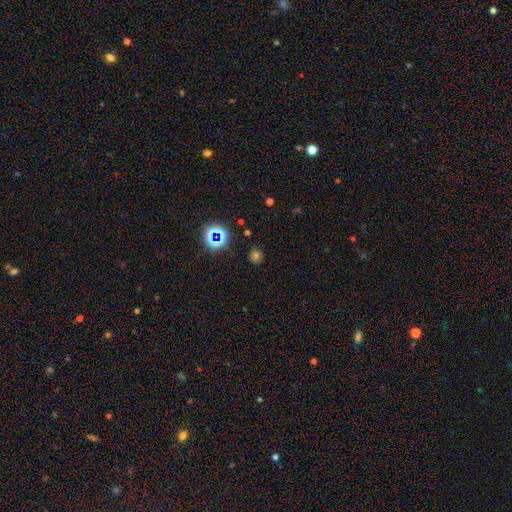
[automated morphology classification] Smooth or featured?
  - smooth: 55% *
  - star or artifact: 37%
  - featured or disk: 8%
How rounded?
  - round: 79% *
  - in between: 20%
  - cigar-shaped: 1%
Merging?
  - none: 85% *
  - minor disturbance: 10%
  - major disturbance: 3%
  - merger: 2%